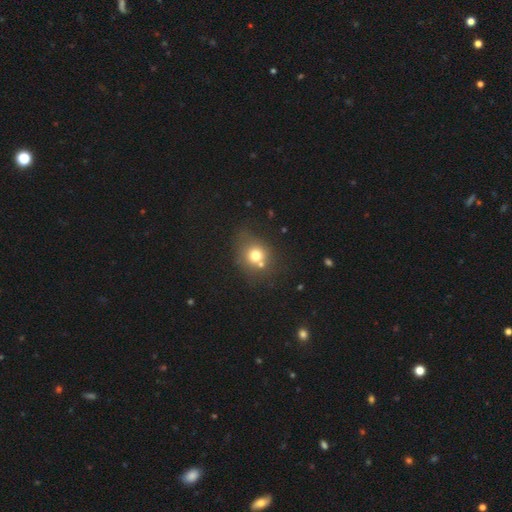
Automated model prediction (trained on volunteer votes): Smooth or featured? smooth (71%)
How rounded? round (71%)
Merging? none (57%)